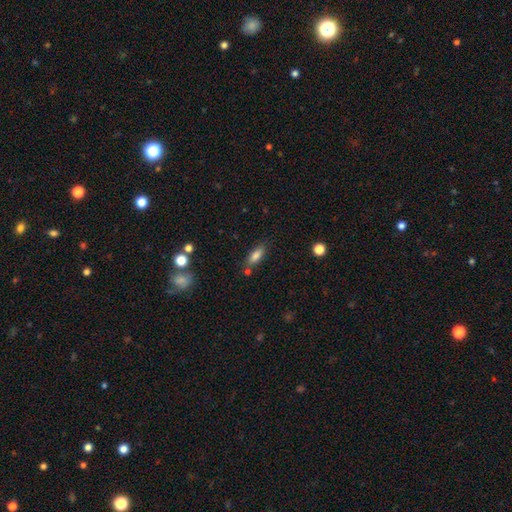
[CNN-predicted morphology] Smooth or featured?
  - smooth: 80% *
  - featured or disk: 12%
  - star or artifact: 8%
How rounded?
  - in between: 69% *
  - cigar-shaped: 29%
  - round: 3%
Merging?
  - none: 71% *
  - minor disturbance: 15%
  - merger: 10%
  - major disturbance: 4%